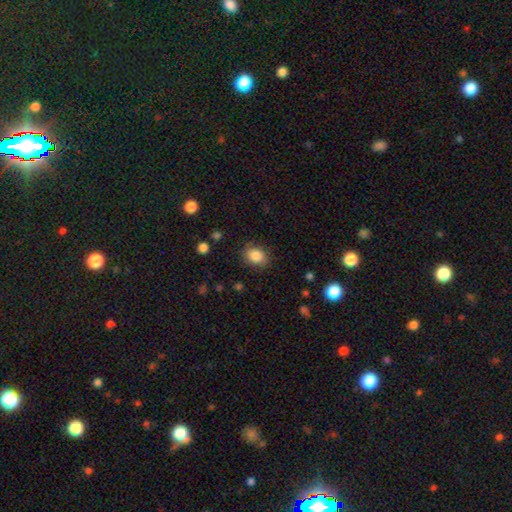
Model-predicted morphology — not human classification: The model was most divided on "how rounded": in between: 65%, round: 34%, cigar-shaped: 1%. More confident: smooth or featured — smooth (85%); merging — none (82%).